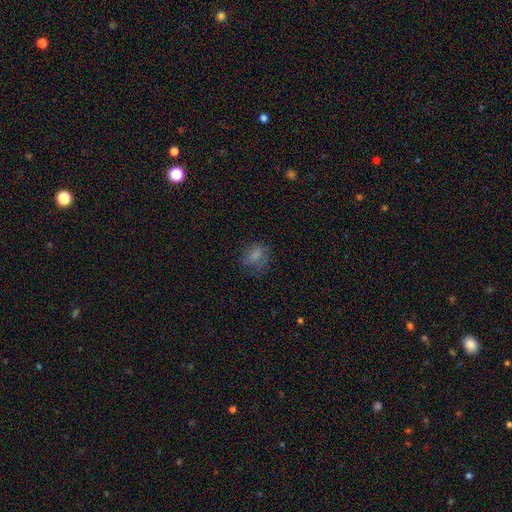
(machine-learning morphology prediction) This appears to be a smooth galaxy with no disk features (72%) that is in between round and cigar-shaped (64%). Merging: none (58%).